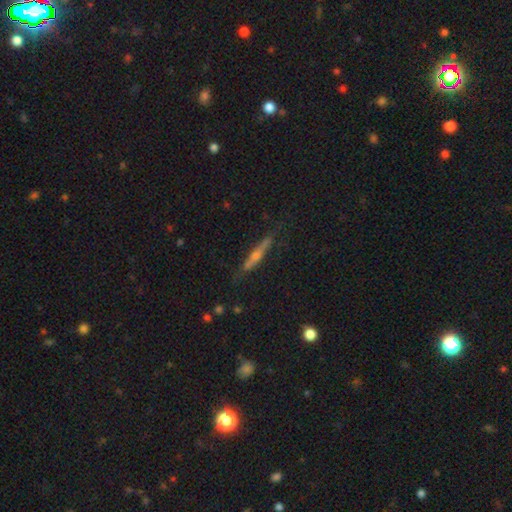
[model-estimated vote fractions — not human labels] smooth_or_featured: featured or disk (p=0.62) [alt: smooth p=0.31]
disk_edge_on: yes (p=0.95) [alt: no p=0.05]
edge_on_bulge: rounded (p=0.81) [alt: none p=0.14]
merging: none (p=0.81) [alt: minor disturbance p=0.14]